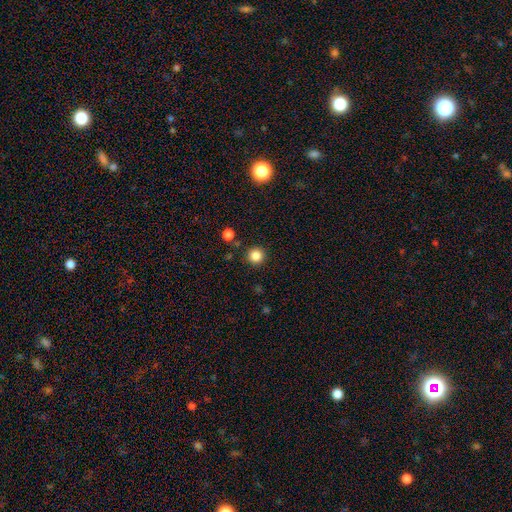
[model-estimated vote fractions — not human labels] smooth_or_featured: smooth (p=0.84) [alt: star or artifact p=0.12]
how_rounded: round (p=0.95) [alt: in between p=0.04]
merging: none (p=0.90) [alt: minor disturbance p=0.06]